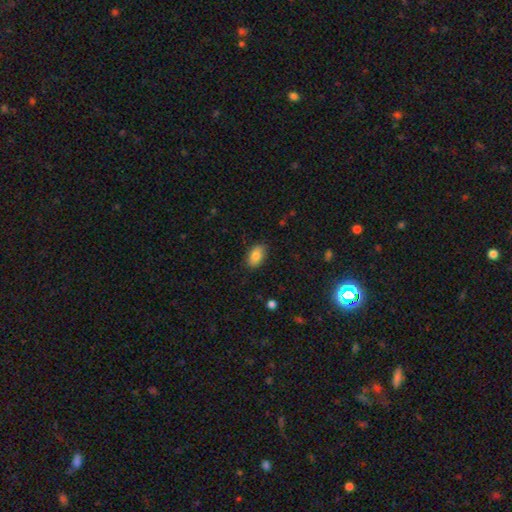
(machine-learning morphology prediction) A smooth galaxy with no disk features (84%) that is in between round and cigar-shaped (91%).

Vote fractions:
- Smooth or featured? smooth: 84% / featured or disk: 8% / star or artifact: 8%
- How rounded? in between: 91% / round: 7% / cigar-shaped: 2%
- Merging? none: 86% / minor disturbance: 11% / major disturbance: 2% / merger: 1%